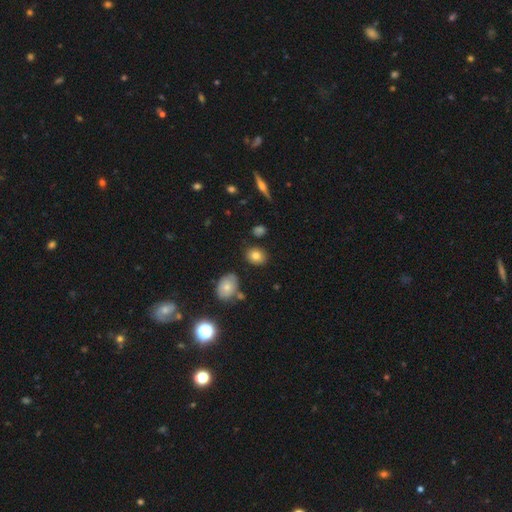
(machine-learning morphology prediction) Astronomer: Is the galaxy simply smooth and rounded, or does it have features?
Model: smooth — 80%.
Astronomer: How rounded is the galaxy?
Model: round — 54% (runner-up: in between, 44%).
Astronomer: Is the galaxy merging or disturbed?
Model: none — 82%.